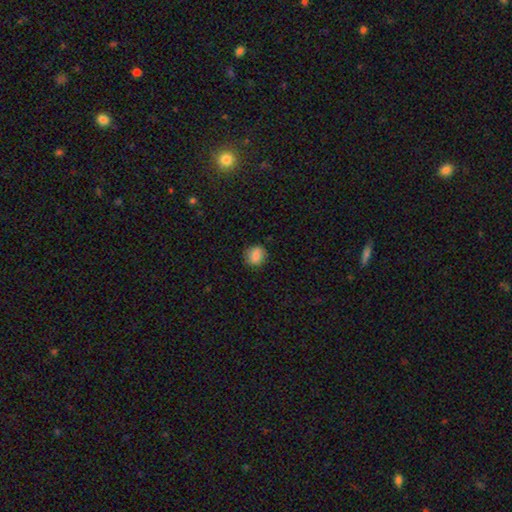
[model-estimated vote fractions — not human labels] Overall: smooth (82%). How rounded: round (81%). Merging: none (83%).